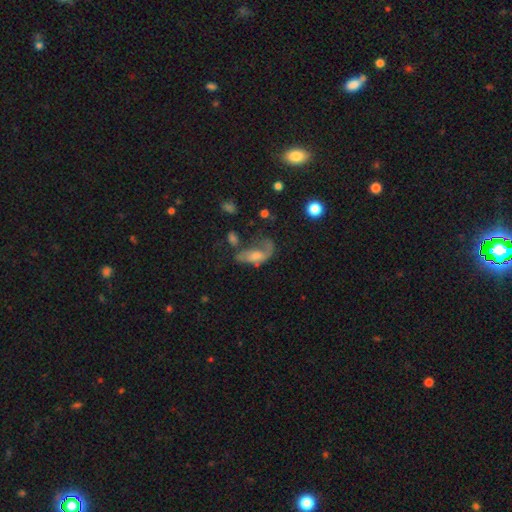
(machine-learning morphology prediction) smooth-or-featured: featured or disk: 55% | smooth: 33% | star or artifact: 12%
  disk-edge-on: no: 91% | yes: 9%
  merging: major disturbance: 45% | none: 25% | minor disturbance: 19% | merger: 11%